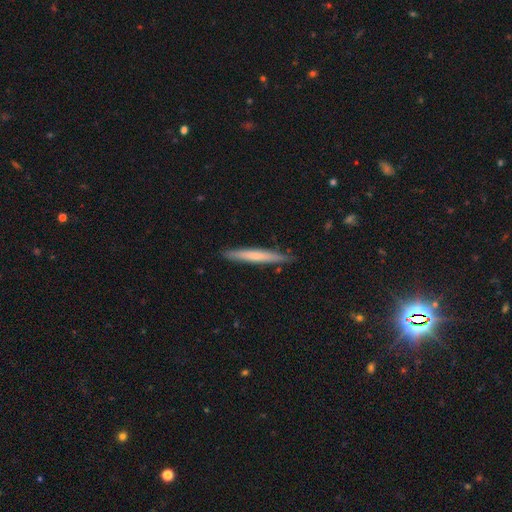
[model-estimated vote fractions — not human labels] This appears to be a smooth galaxy with no disk features (56%) that is cigar-shaped (96%). Merging: none (88%).